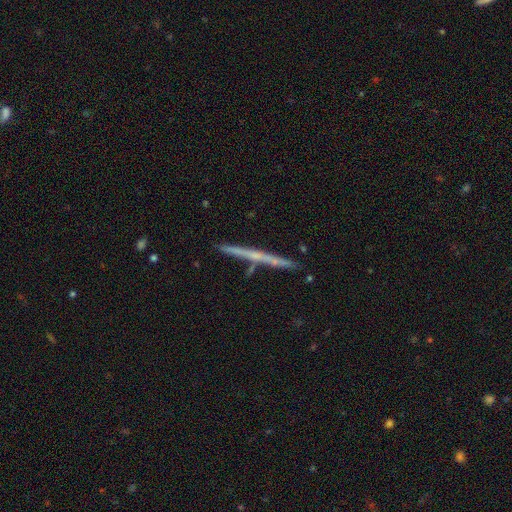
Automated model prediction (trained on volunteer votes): Smooth or featured: featured or disk — 64% (smooth — 30%)
Edge-on disk: yes — 98% (no — 2%)
Edge-on bulge: none — 74% (rounded — 22%)
Merging: none — 88% (minor disturbance — 8%)